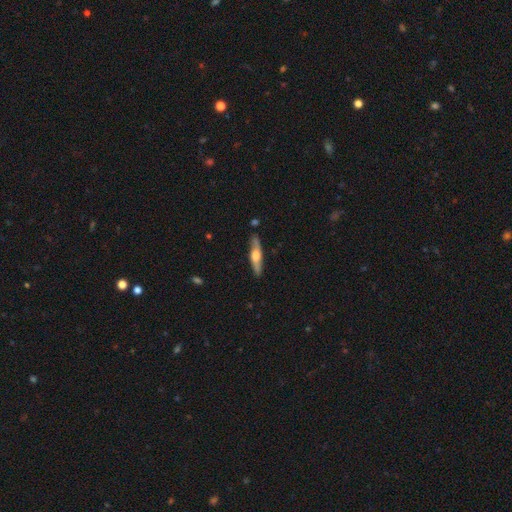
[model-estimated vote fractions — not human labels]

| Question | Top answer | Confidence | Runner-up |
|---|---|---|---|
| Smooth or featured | featured or disk | 60% | smooth (35%) |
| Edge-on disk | yes | 86% | no (14%) |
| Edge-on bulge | rounded | 87% | boxy (9%) |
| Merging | none | 86% | minor disturbance (11%) |